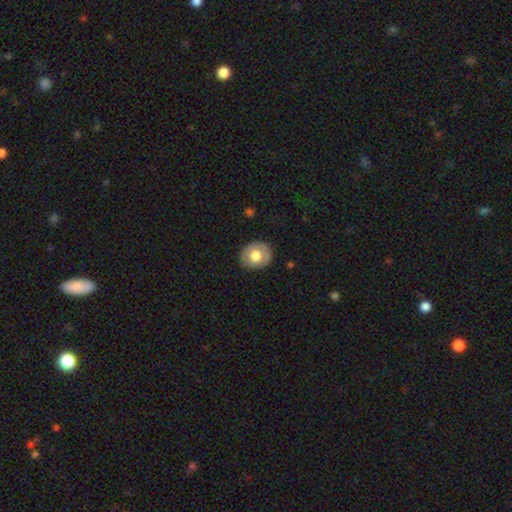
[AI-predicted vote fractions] smooth_or_featured: smooth (p=0.66) [alt: featured or disk p=0.27]
how_rounded: round (p=0.71) [alt: in between p=0.29]
merging: none (p=0.83) [alt: minor disturbance p=0.13]